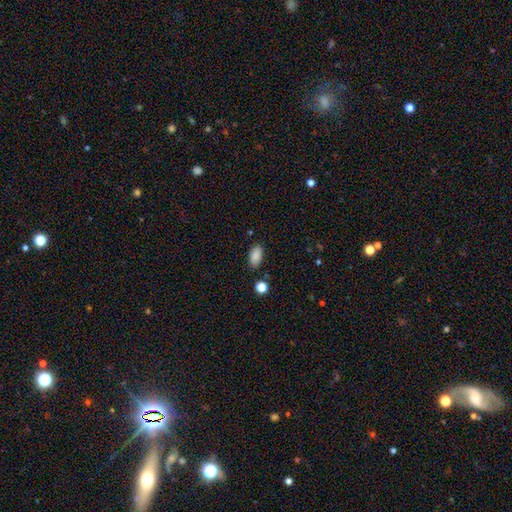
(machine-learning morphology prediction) Smooth or featured: smooth — 88% (star or artifact — 8%)
How rounded: in between — 92% (round — 4%)
Merging: none — 83% (minor disturbance — 12%)